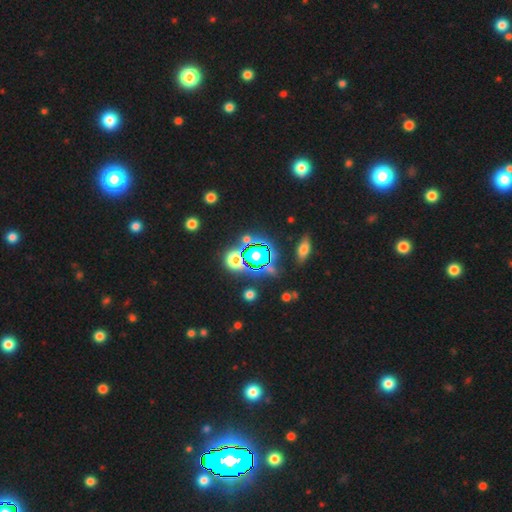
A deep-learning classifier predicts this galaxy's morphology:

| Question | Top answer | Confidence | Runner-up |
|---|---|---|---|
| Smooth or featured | star or artifact | 60% | smooth (28%) |